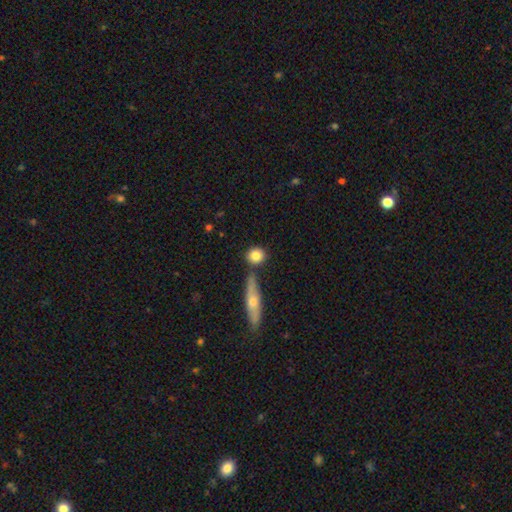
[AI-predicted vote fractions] This is clearly a smooth galaxy (80%). How rounded: likely round (79%). Merging: likely none (72%).